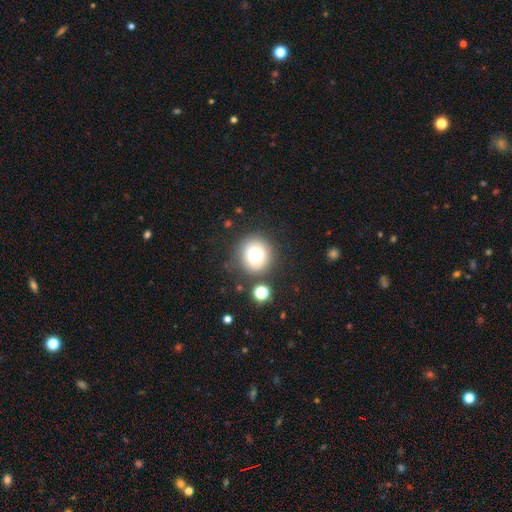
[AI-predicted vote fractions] The model was most divided on "smooth or featured": smooth: 76%, featured or disk: 13%, star or artifact: 12%. More confident: how rounded — round (89%); merging — none (80%).